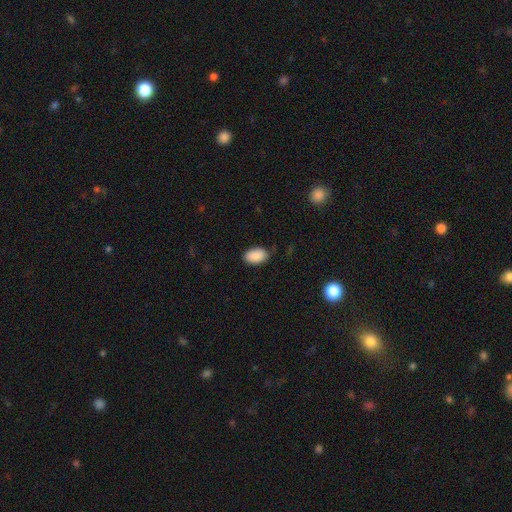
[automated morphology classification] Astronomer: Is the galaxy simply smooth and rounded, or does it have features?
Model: smooth — 90%.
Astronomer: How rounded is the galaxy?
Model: in between — 93%.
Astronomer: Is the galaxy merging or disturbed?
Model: none — 83%.